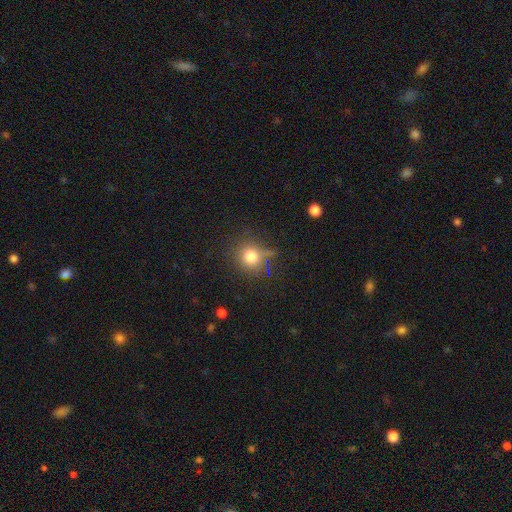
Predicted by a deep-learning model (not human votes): Smooth or featured? smooth (74%)
How rounded? round (87%)
Merging? none (75%)